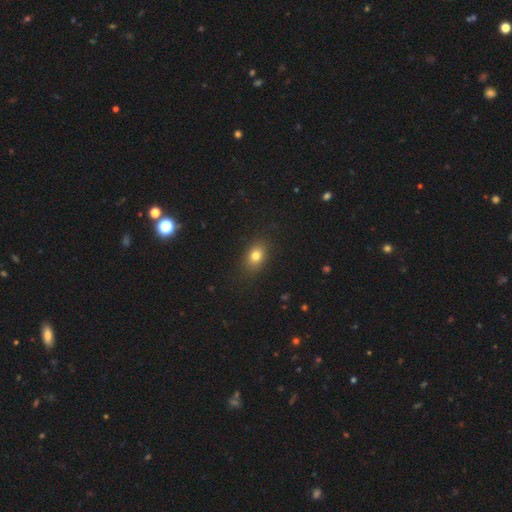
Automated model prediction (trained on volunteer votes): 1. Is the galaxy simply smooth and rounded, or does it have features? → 78% smooth, 12% star or artifact, 9% featured or disk.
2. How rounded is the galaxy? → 70% in between, 29% round, 2% cigar-shaped.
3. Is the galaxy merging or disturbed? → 86% none, 10% minor disturbance, 3% major disturbance, 1% merger.